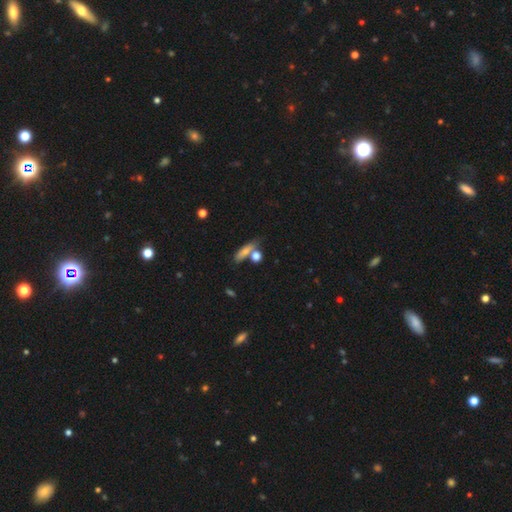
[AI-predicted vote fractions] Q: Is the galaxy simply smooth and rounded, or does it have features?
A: smooth — 74%.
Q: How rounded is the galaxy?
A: round — 44%.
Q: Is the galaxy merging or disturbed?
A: none — 53%.